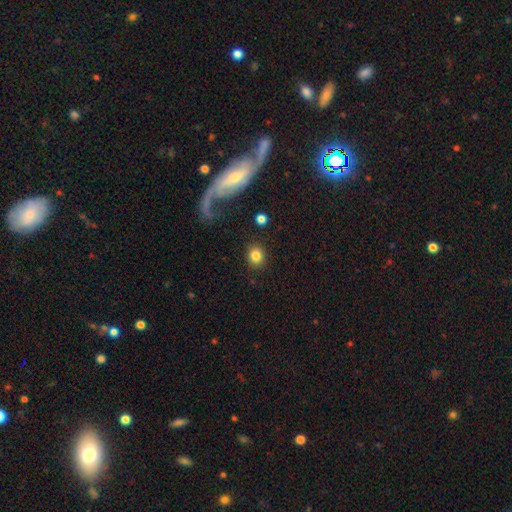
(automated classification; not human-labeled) Overall: smooth (82%). How rounded: round (81%). Merging: none (88%).